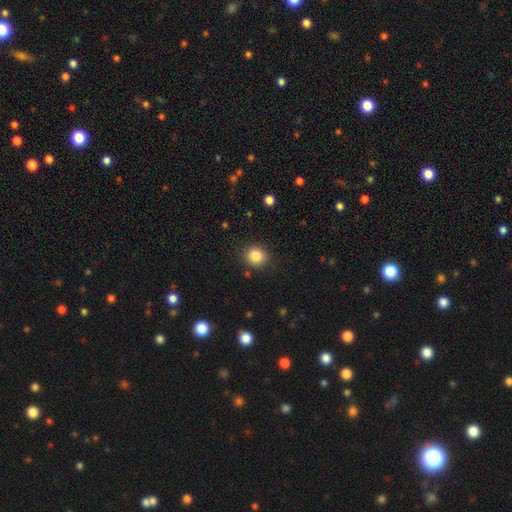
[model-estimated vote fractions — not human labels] This is clearly a smooth galaxy (85%). How rounded: clearly round (84%). Merging: clearly none (87%).